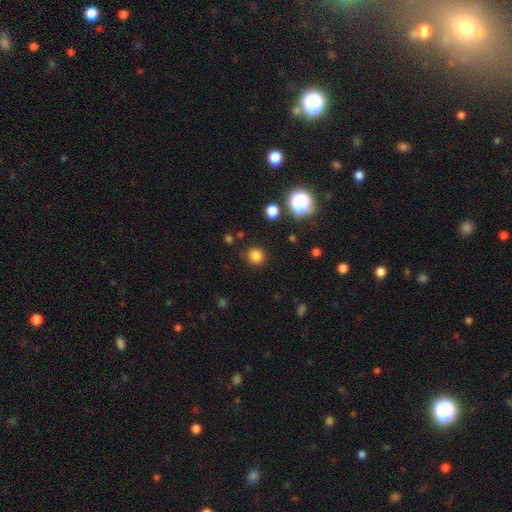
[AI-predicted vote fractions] A smooth galaxy with no disk features (82%) that is round (91%).

Vote fractions:
- Smooth or featured? smooth: 82% / star or artifact: 14% / featured or disk: 4%
- How rounded? round: 91% / in between: 8% / cigar-shaped: 1%
- Merging? none: 88% / minor disturbance: 7% / major disturbance: 3% / merger: 2%